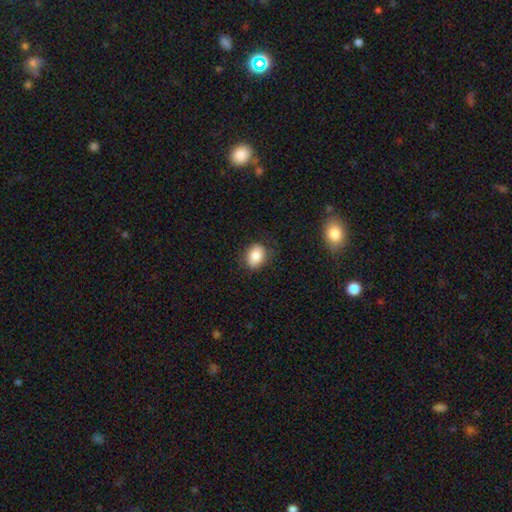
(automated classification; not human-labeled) Morphology: type=smooth (81%); roundness=in between (61%); merging=none (80%).